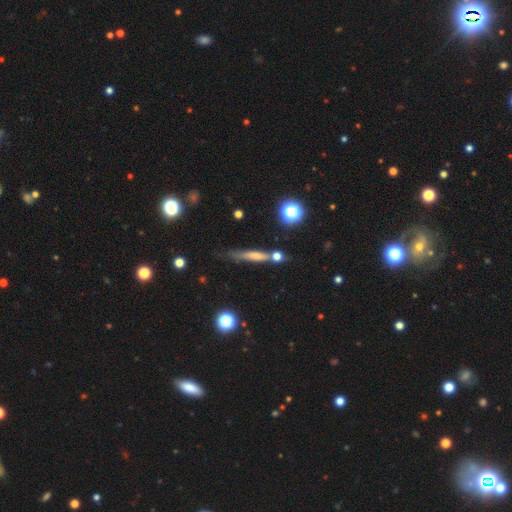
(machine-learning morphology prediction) smooth-or-featured: featured or disk: 43% (tied) | smooth: 43% (tied) | star or artifact: 14%
  merging: none: 60% | minor disturbance: 20% | merger: 12% | major disturbance: 7%